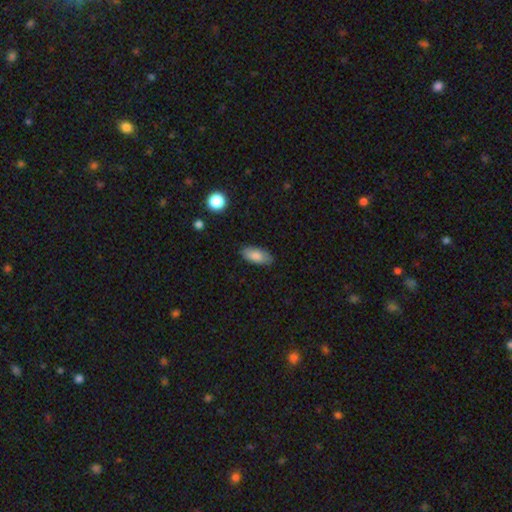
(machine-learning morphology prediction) Smooth or featured?
  - smooth: 84% *
  - featured or disk: 9%
  - star or artifact: 7%
How rounded?
  - in between: 89% *
  - cigar-shaped: 9%
  - round: 2%
Merging?
  - none: 84% *
  - minor disturbance: 12%
  - major disturbance: 2%
  - merger: 1%